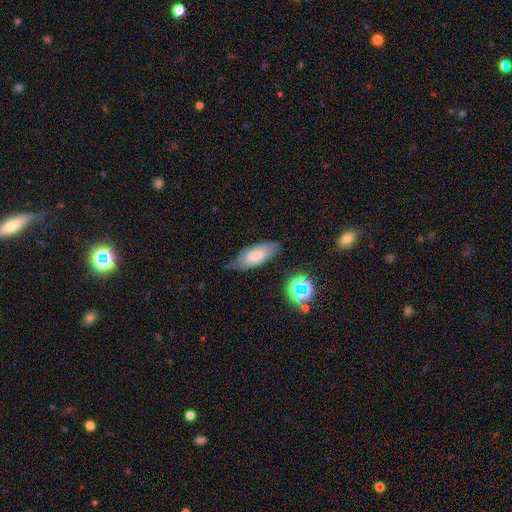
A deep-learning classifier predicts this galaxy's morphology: Smooth or featured? smooth (65%)
How rounded? in between (80%)
Merging? none (67%)